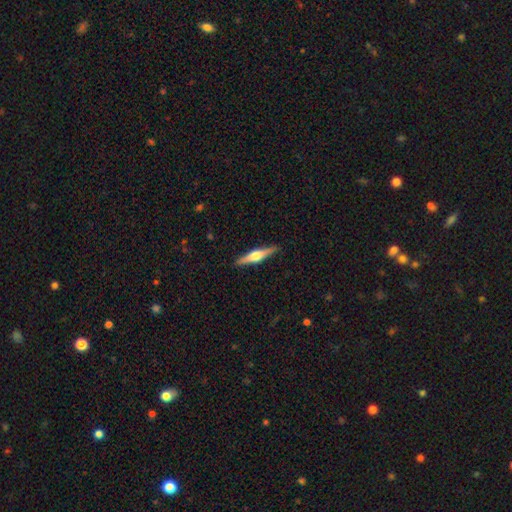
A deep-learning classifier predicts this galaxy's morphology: A featured or disk galaxy (65%) viewed edge-on (97%) with a rounded central bulge (91%).

Vote fractions:
- Smooth or featured? featured or disk: 65% / smooth: 30% / star or artifact: 5%
- Edge-on disk? yes: 97% / no: 3%
- Edge-on bulge? rounded: 91% / boxy: 6% / none: 3%
- Merging? none: 91% / minor disturbance: 7% / major disturbance: 1% / merger: 1%